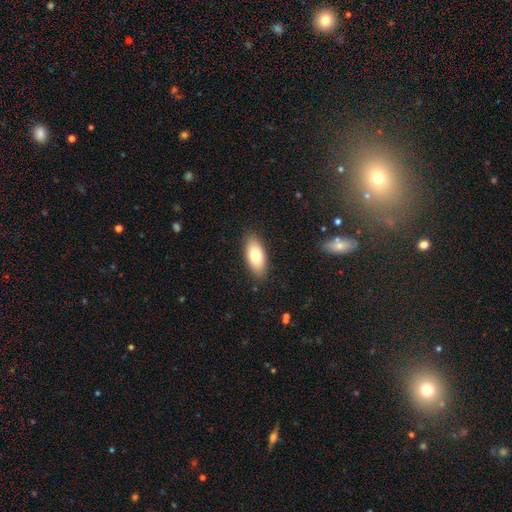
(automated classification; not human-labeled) Smooth or featured? smooth (78%)
How rounded? in between (87%)
Merging? none (87%)